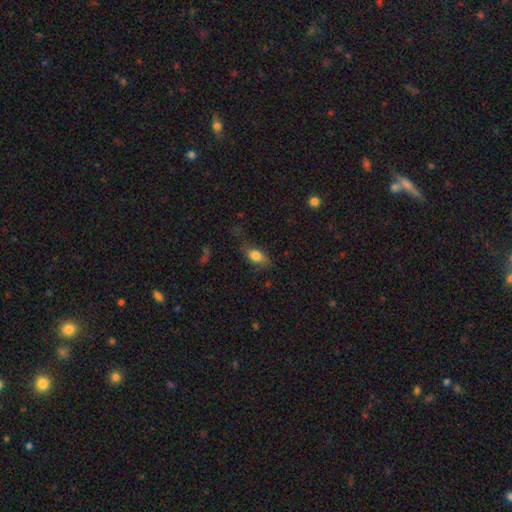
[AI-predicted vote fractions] This is likely a smooth galaxy (75%). How rounded: likely in between (80%). Merging: possibly none (59%).